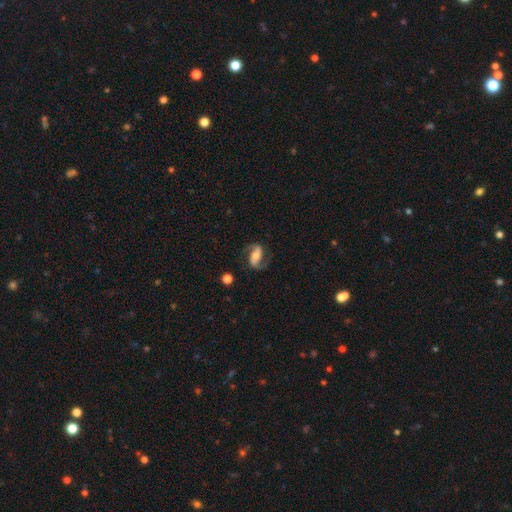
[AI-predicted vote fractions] Overall: featured or disk (83%). Edge-on disk: no (97%). Bar: strong (39%; weak 33%). Spiral arms: yes (96%). Spiral arm count: 2 (93%). Spiral winding: medium (47%; loose 38%). Bulge size: moderate (51%; small 28%). Merging: none (77%).